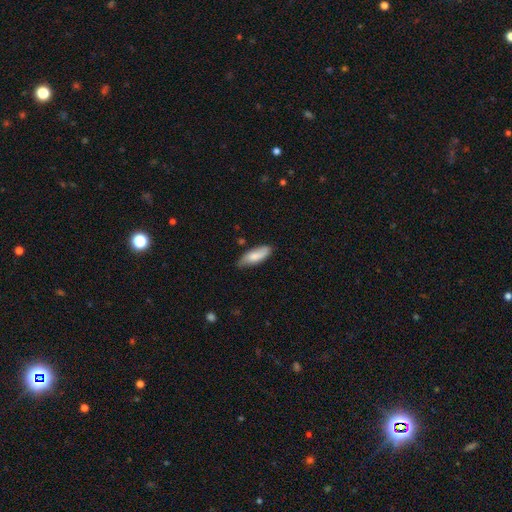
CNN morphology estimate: A smooth galaxy with no disk features (78%) that is in between round and cigar-shaped (71%). Merging: none (71%).